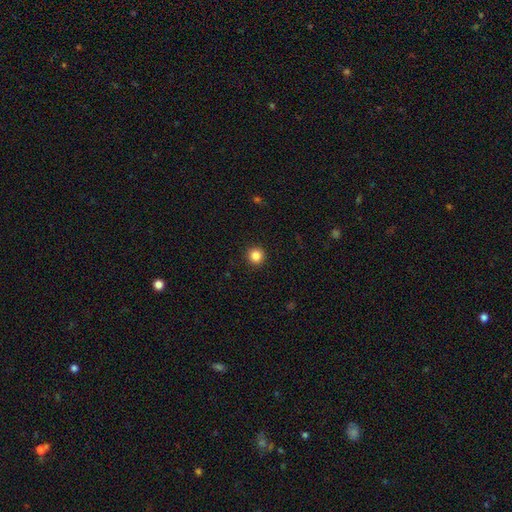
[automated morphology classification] A smooth galaxy with no disk features (86%) that is round (95%).

Vote fractions:
- Smooth or featured? smooth: 86% / star or artifact: 11% / featured or disk: 3%
- How rounded? round: 95% / in between: 4% / cigar-shaped: 1%
- Merging? none: 93% / minor disturbance: 4% / major disturbance: 2% / merger: 1%